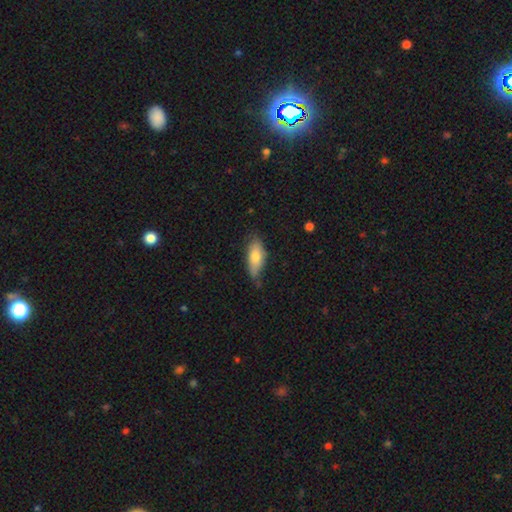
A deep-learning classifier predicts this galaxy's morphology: Smooth or featured? Predicted: smooth (p=0.73). How rounded? Predicted: in between (p=0.76). Merging? Predicted: none (p=0.61).